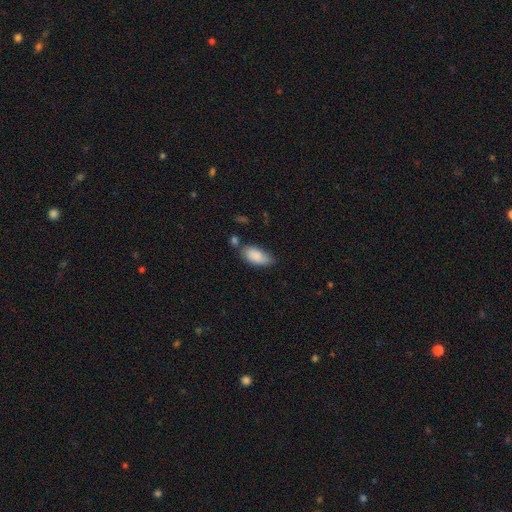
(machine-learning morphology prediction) type=smooth (86%); roundness=in between (90%); merging=none (53%).